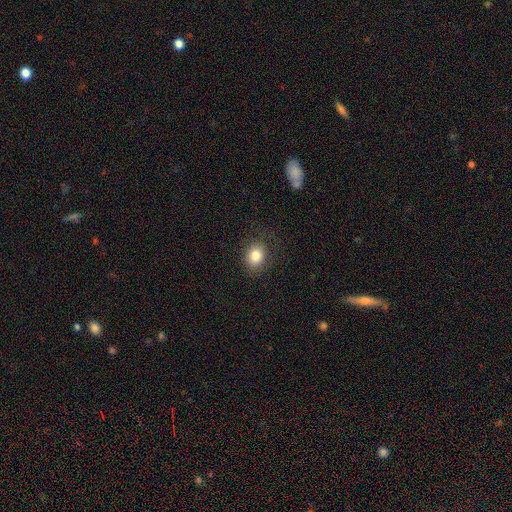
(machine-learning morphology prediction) A smooth galaxy with no disk features (82%) that is in between round and cigar-shaped (54%).

Vote fractions:
- Smooth or featured? smooth: 82% / star or artifact: 10% / featured or disk: 8%
- How rounded? in between: 54% / round: 45% / cigar-shaped: 1%
- Merging? none: 83% / minor disturbance: 12% / major disturbance: 4% / merger: 1%